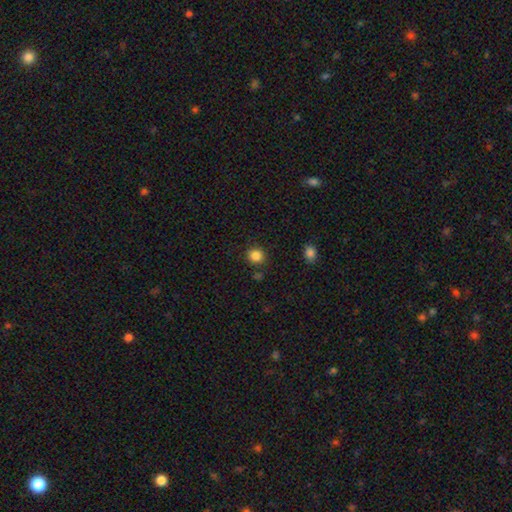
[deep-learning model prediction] A smooth galaxy with no disk features (86%) that is round (86%).

Vote fractions:
- Smooth or featured? smooth: 86% / star or artifact: 11% / featured or disk: 4%
- How rounded? round: 86% / in between: 13% / cigar-shaped: 1%
- Merging? none: 87% / minor disturbance: 8% / merger: 3% / major disturbance: 3%